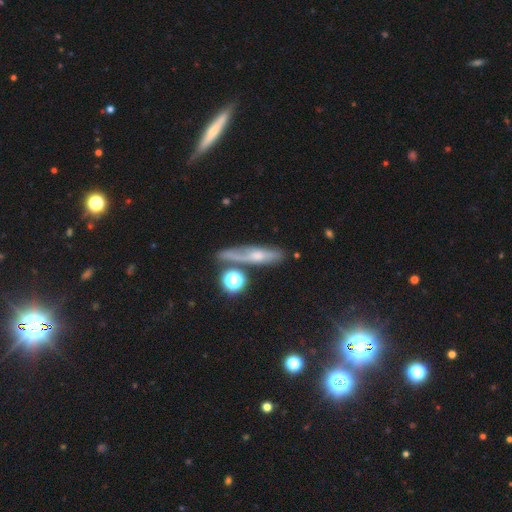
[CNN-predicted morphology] Overall: featured or disk (45%; smooth 36%). Merging: none (66%).